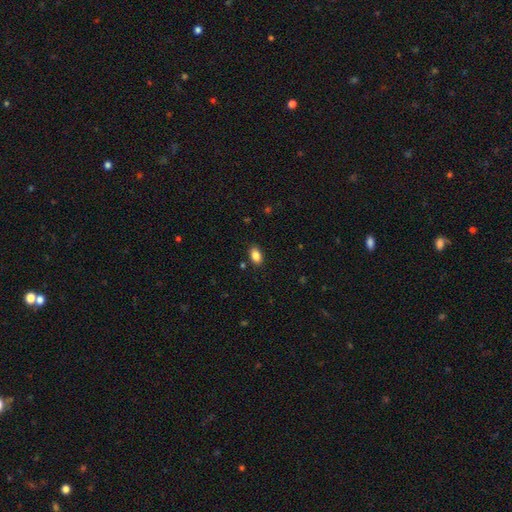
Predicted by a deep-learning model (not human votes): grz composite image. It shows a smooth galaxy with no disk features (86%) that is in between round and cigar-shaped (89%). Merging: none (87%).